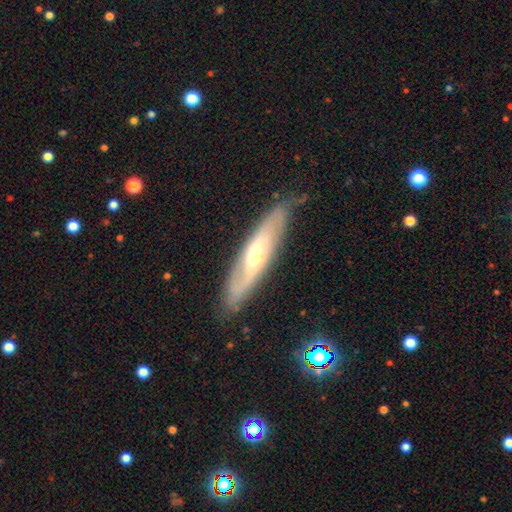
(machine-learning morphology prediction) Overall: featured or disk (70%). Edge-on disk: no (63%; yes 37%). Merging: none (80%).